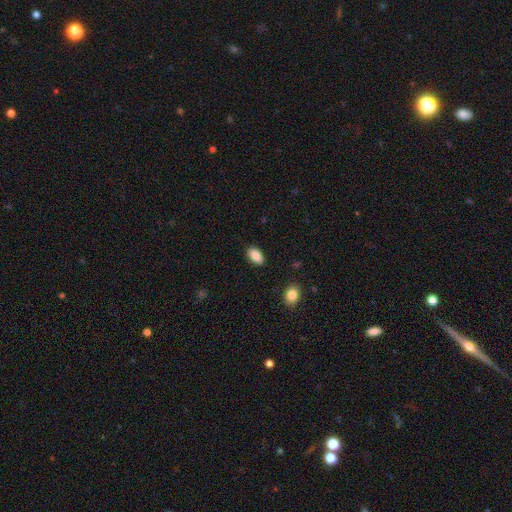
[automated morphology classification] Q: Smooth or featured?
A: smooth (87%); runner-up: star or artifact (7%)
Q: How rounded?
A: in between (92%); runner-up: round (6%)
Q: Merging?
A: none (87%); runner-up: minor disturbance (10%)